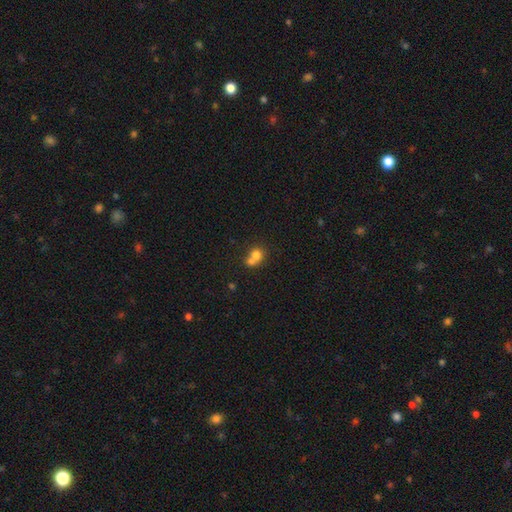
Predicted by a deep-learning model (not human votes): The model was most divided on "merging": merger: 63%, none: 27%, minor disturbance: 6%, major disturbance: 3%. More confident: smooth or featured — smooth (72%); how rounded — round (72%).